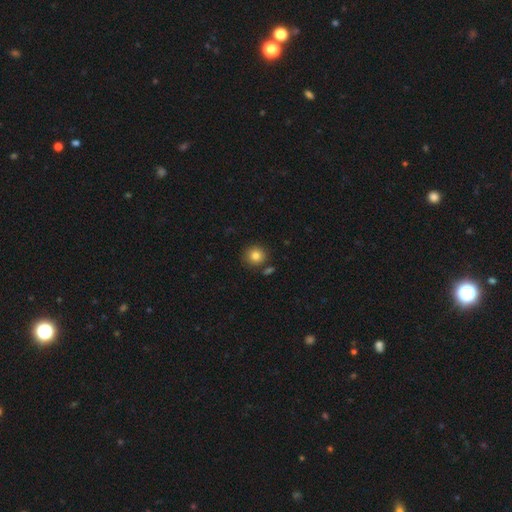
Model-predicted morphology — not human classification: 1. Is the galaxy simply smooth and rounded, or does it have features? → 83% smooth, 10% star or artifact, 6% featured or disk.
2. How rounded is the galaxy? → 91% round, 8% in between, 1% cigar-shaped.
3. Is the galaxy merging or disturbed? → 81% none, 9% minor disturbance, 7% merger, 3% major disturbance.